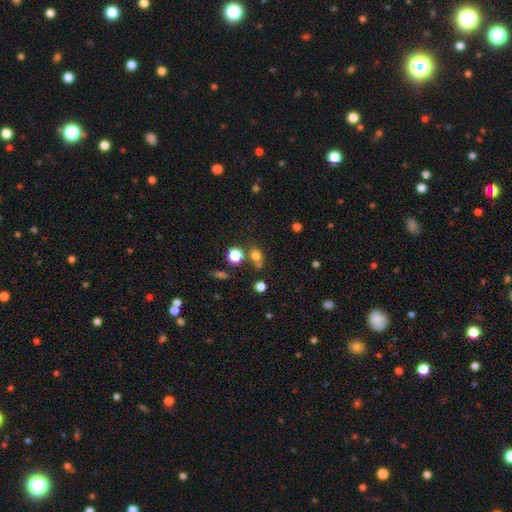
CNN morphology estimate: smooth 73%, star or artifact 19%, featured or disk 8%. Down the decision tree: how rounded — round (63%); merging — none (61%).